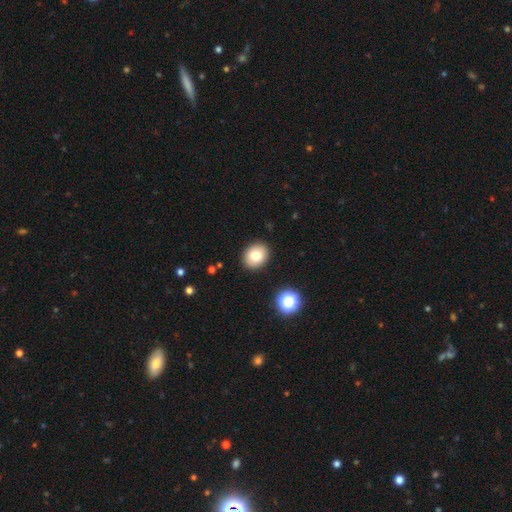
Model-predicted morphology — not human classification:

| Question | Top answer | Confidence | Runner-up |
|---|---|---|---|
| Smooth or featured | smooth | 78% | featured or disk (12%) |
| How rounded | round | 52% | in between (47%) |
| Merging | none | 90% | minor disturbance (7%) |